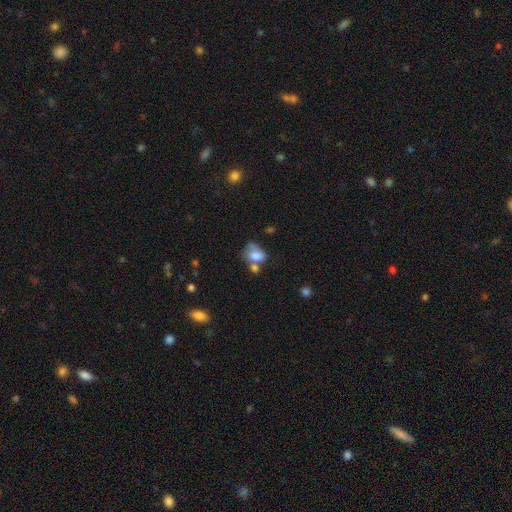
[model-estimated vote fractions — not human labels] Q: Smooth or featured?
A: smooth (72%); runner-up: featured or disk (18%)
Q: How rounded?
A: in between (66%); runner-up: round (32%)
Q: Merging?
A: merger (39%); runner-up: none (26%)